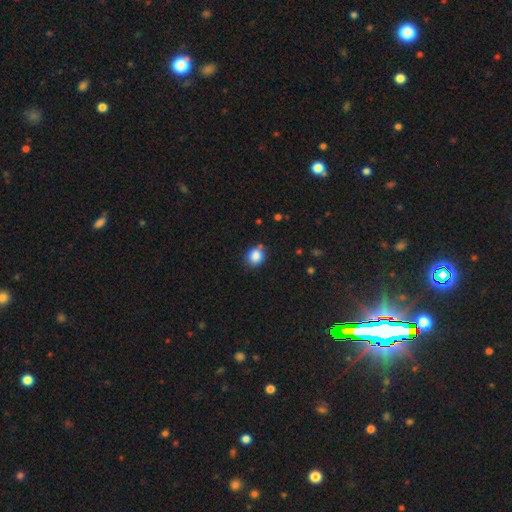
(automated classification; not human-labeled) smooth_or_featured: smooth (p=0.86) [alt: star or artifact p=0.10]
how_rounded: round (p=0.77) [alt: in between p=0.22]
merging: none (p=0.77) [alt: minor disturbance p=0.15]